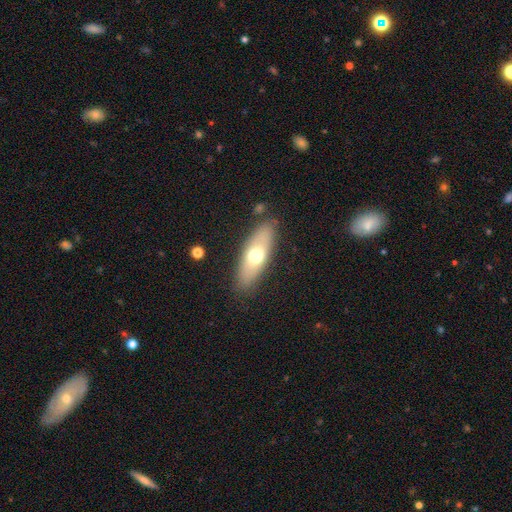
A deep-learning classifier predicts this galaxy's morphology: Smooth or featured: smooth — 61% (featured or disk — 32%)
How rounded: in between — 62% (cigar-shaped — 34%)
Merging: none — 86% (minor disturbance — 10%)